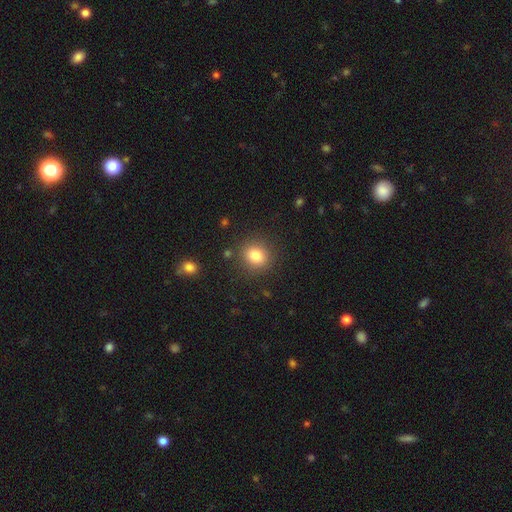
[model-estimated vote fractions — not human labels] Morphology: type=smooth (82%); roundness=round (76%); merging=none (86%).